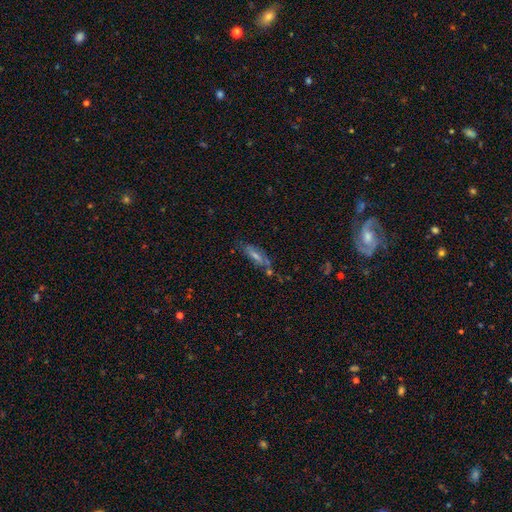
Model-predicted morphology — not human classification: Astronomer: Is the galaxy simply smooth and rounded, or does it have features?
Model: featured or disk — 48% (runner-up: smooth, 33%).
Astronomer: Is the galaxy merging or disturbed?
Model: none — 61%.